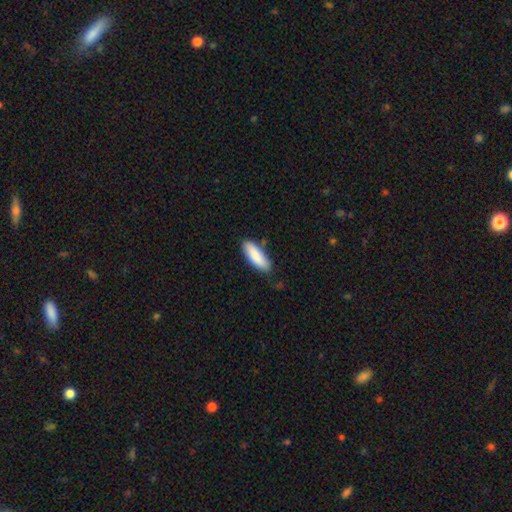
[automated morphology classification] Overall: smooth (86%). How rounded: in between (61%; cigar-shaped 37%). Merging: none (79%).